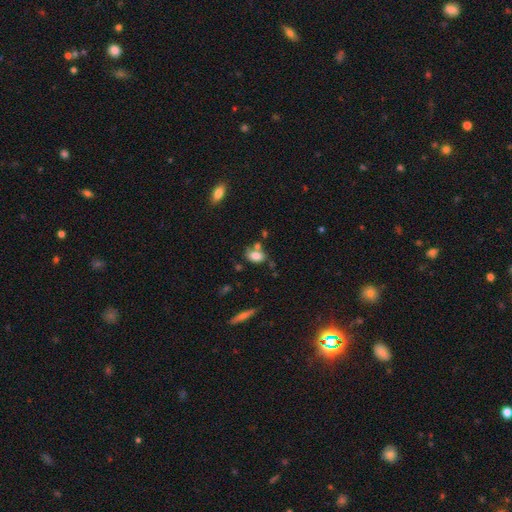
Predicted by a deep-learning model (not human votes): smooth-or-featured: smooth: 79% | featured or disk: 11% | star or artifact: 9%
  how-rounded: in between: 85% | round: 12% | cigar-shaped: 3%
  merging: none: 56% | merger: 22% | minor disturbance: 17% | major disturbance: 6%